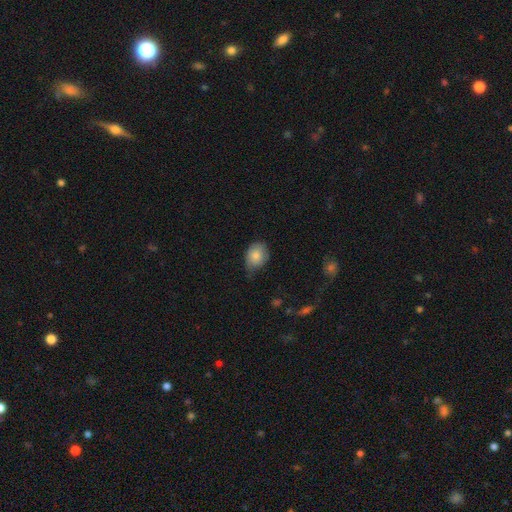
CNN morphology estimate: Smooth or featured? smooth (81%)
How rounded? in between (59%)
Merging? none (51%)